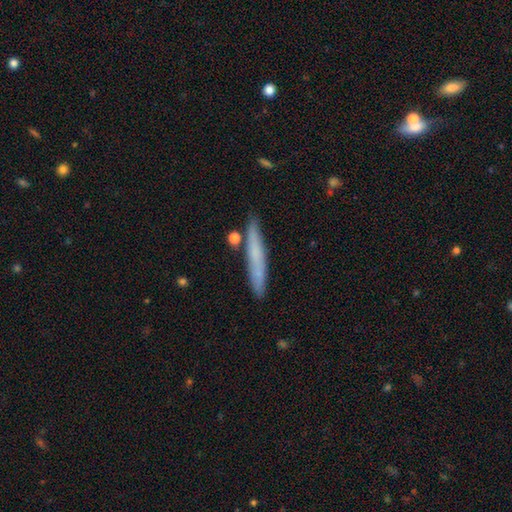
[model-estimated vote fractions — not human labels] smooth-or-featured: smooth: 63% | featured or disk: 30% | star or artifact: 7%
  how-rounded: cigar-shaped: 95% | in between: 4% | round: 1%
  merging: none: 83% | minor disturbance: 11% | merger: 4% | major disturbance: 2%